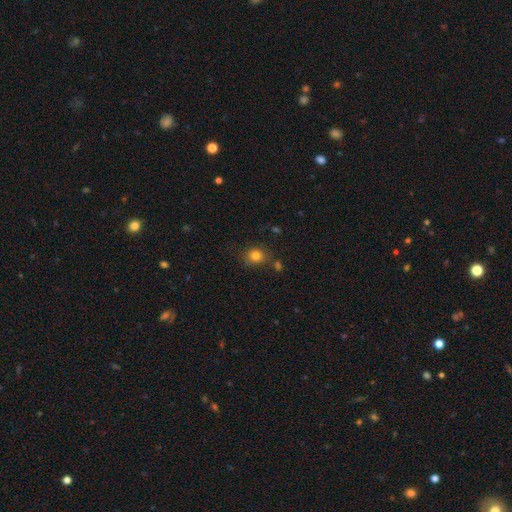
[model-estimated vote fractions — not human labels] Smooth or featured: smooth — 81% (star or artifact — 12%)
How rounded: round — 77% (in between — 22%)
Merging: none — 79% (minor disturbance — 12%)